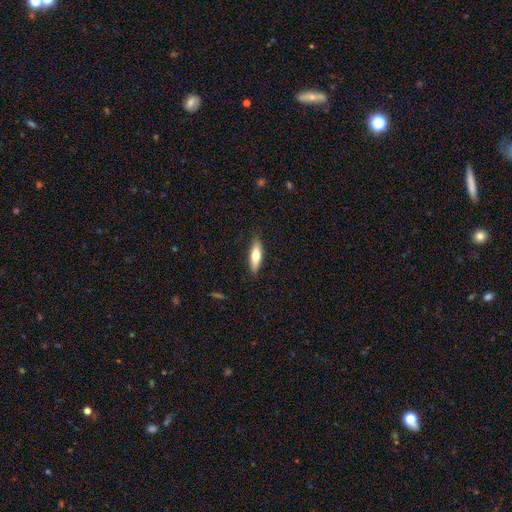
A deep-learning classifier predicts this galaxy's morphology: type=smooth (67%); roundness=in between (52%); merging=none (86%).